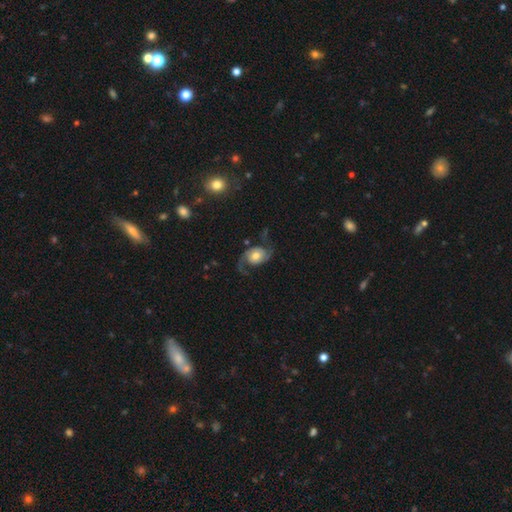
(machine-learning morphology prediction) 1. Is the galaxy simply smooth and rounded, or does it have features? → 79% featured or disk, 15% smooth, 6% star or artifact.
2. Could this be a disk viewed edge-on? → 97% no, 3% yes.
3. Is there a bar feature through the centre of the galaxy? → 74% no, 21% weak, 5% strong.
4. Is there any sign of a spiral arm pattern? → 95% yes, 5% no.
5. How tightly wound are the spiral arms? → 54% loose, 34% medium, 12% tight.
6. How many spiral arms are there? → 86% 2, 8% 1, 3% can't tell, 1% 3, 1% 4, 1% more than 4.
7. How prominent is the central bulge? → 62% moderate, 19% small, 15% large, 3% dominant, 2% none.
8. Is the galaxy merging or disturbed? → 62% none, 18% minor disturbance, 18% major disturbance, 2% merger.